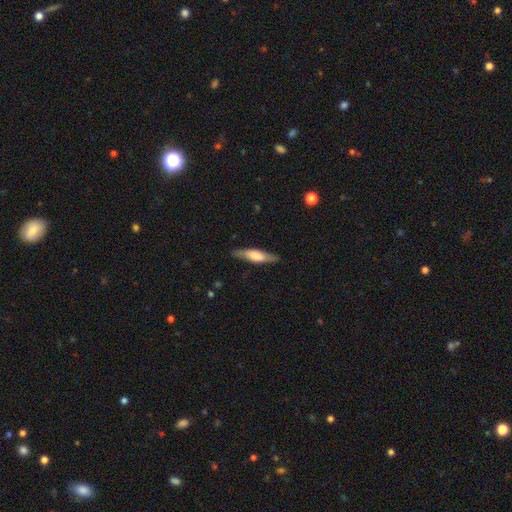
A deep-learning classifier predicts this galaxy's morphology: This appears to be a smooth galaxy with no disk features (51%) that is cigar-shaped (72%). Merging: none (84%).